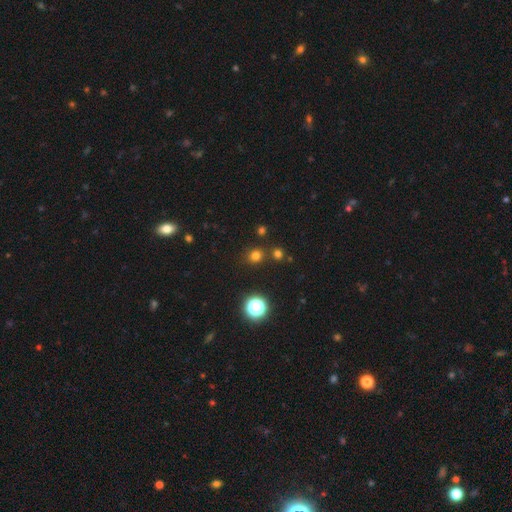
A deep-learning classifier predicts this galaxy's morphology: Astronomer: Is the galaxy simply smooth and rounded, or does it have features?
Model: smooth — 72%.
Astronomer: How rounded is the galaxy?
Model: round — 89%.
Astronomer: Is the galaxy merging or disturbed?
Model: none — 83%.